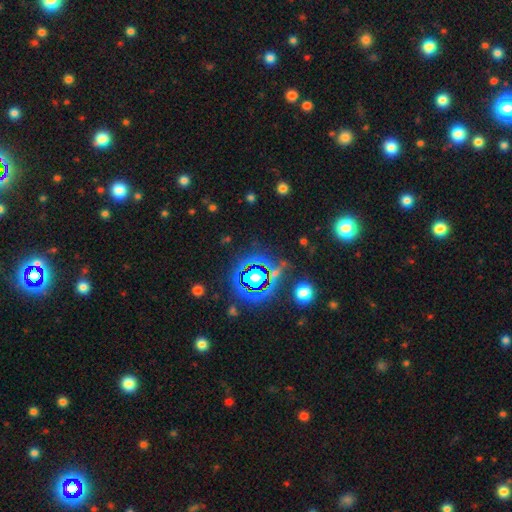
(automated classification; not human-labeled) This is likely a star or artifact rather than a galaxy (80%).